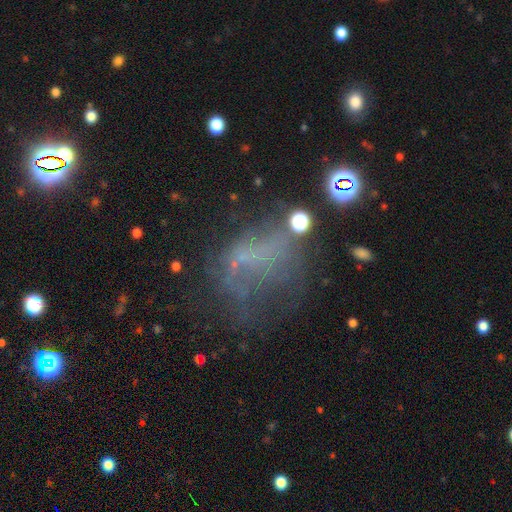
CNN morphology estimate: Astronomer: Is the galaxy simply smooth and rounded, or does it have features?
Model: featured or disk — 39% (runner-up: smooth, 31%).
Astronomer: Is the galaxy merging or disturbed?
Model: major disturbance — 38% (runner-up: none, 35%).